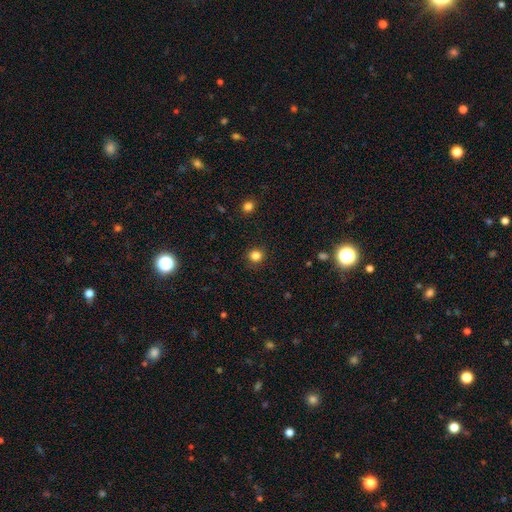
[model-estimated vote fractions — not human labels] Q: Smooth or featured?
A: smooth (83%); runner-up: star or artifact (13%)
Q: How rounded?
A: round (89%); runner-up: in between (10%)
Q: Merging?
A: none (89%); runner-up: minor disturbance (7%)